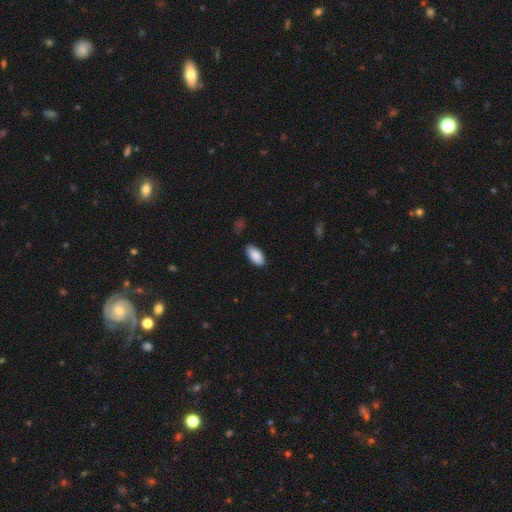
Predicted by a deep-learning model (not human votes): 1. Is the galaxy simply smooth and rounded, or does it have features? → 89% smooth, 6% star or artifact, 5% featured or disk.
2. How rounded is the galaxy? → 94% in between, 4% cigar-shaped, 2% round.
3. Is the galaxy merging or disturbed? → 83% none, 13% minor disturbance, 2% major disturbance, 1% merger.